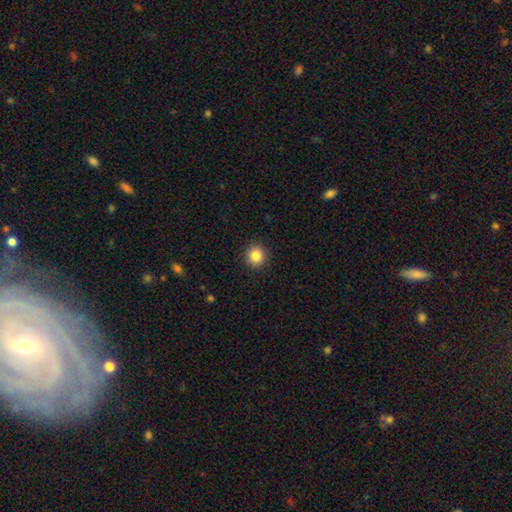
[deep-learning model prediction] Smooth or featured? smooth (85%)
How rounded? round (89%)
Merging? none (92%)